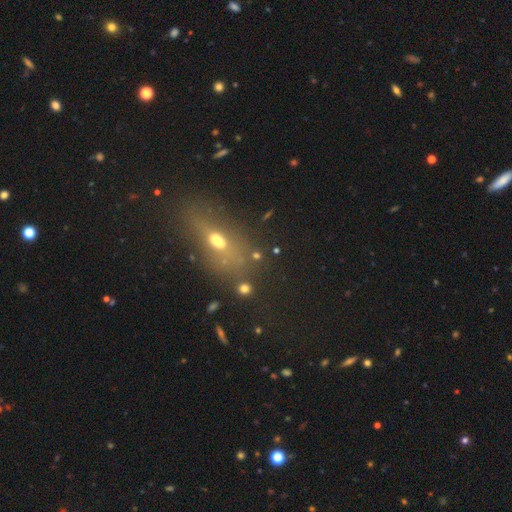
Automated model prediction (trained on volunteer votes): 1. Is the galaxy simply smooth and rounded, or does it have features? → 44% smooth, 33% star or artifact, 23% featured or disk.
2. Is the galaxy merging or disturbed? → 61% none, 15% minor disturbance, 12% major disturbance, 12% merger.